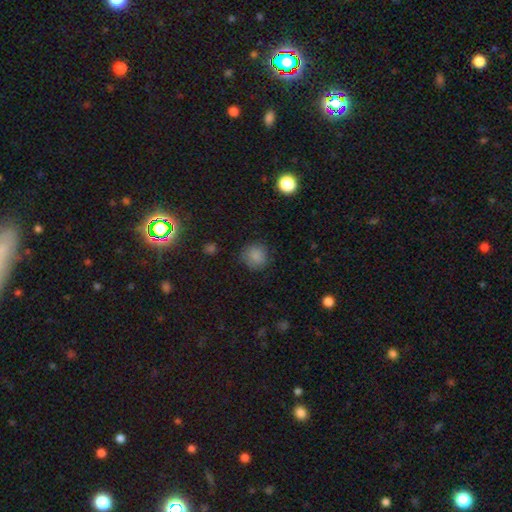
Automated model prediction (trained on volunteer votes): Smooth or featured: smooth — 83% (star or artifact — 11%)
How rounded: round — 90% (in between — 9%)
Merging: none — 80% (minor disturbance — 15%)